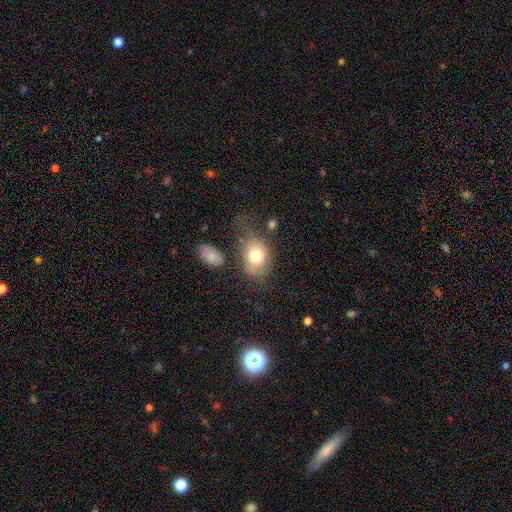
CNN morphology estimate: smooth 75%, featured or disk 16%, star or artifact 9%. Down the decision tree: how rounded — in between (66%); merging — none (47%).